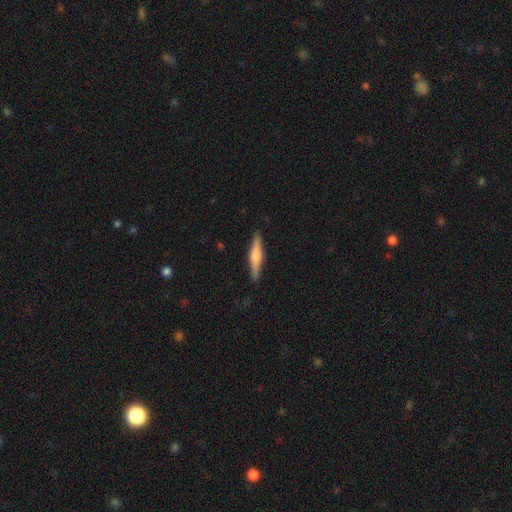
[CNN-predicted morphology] featured or disk 47% (tied), smooth 47% (tied), star or artifact 6%. Down the decision tree: merging — none (88%).